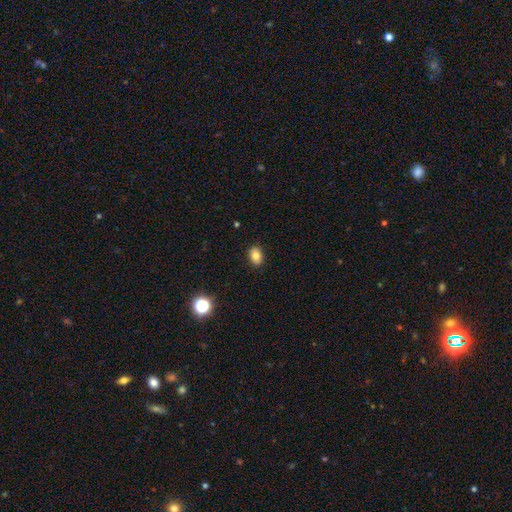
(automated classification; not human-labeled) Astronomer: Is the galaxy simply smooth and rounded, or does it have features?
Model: smooth — 81%.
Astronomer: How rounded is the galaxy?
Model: in between — 74%.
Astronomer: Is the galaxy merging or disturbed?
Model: none — 88%.